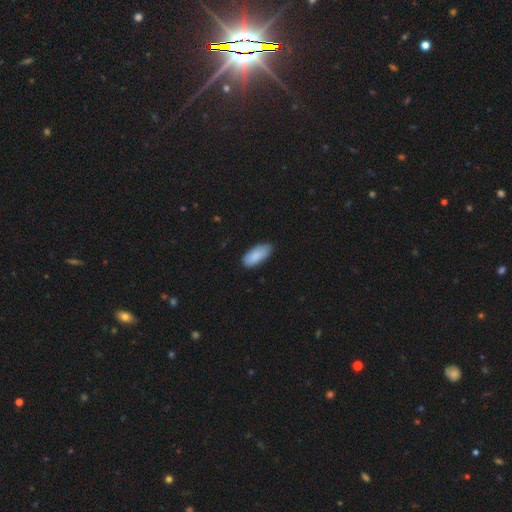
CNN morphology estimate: type=smooth (88%); roundness=in between (88%); merging=none (75%).